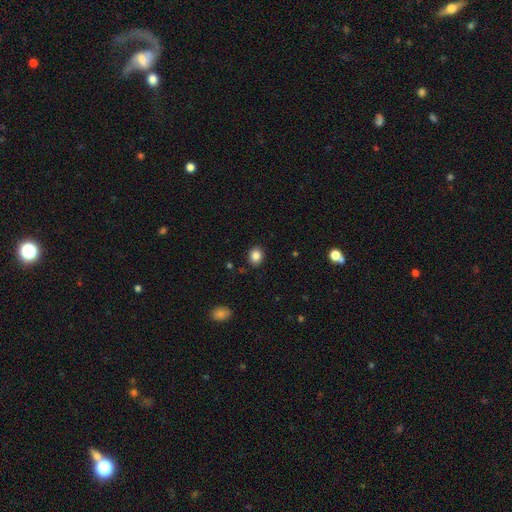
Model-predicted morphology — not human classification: Smooth or featured? Predicted: smooth (p=0.86). How rounded? Predicted: round (p=0.57). Merging? Predicted: none (p=0.88).